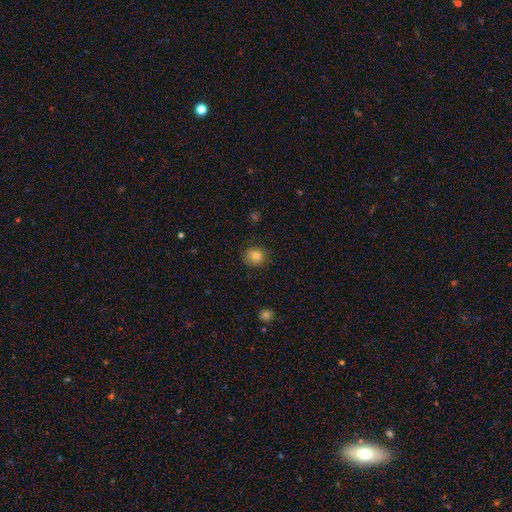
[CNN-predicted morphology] This is clearly a smooth galaxy (83%). How rounded: likely round (80%). Merging: clearly none (84%).